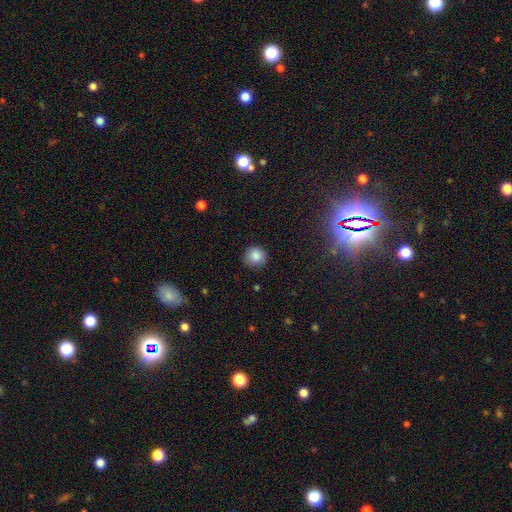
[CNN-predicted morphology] Smooth or featured?
  - smooth: 86% *
  - star or artifact: 10%
  - featured or disk: 4%
How rounded?
  - round: 91% *
  - in between: 8%
  - cigar-shaped: 1%
Merging?
  - none: 87% *
  - minor disturbance: 10%
  - major disturbance: 2%
  - merger: 1%